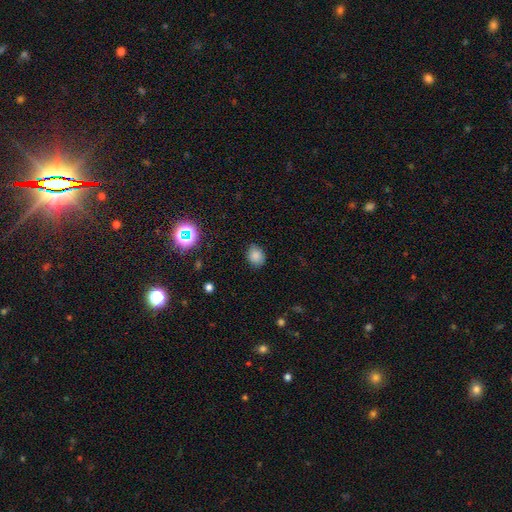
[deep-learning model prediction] smooth 81%, star or artifact 13%, featured or disk 6%. Down the decision tree: how rounded — in between (51%); merging — none (82%).